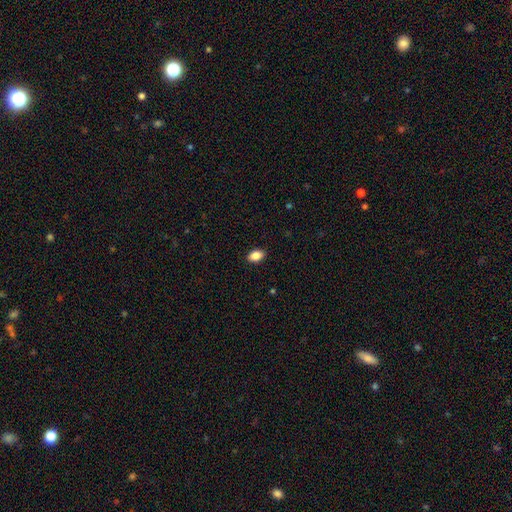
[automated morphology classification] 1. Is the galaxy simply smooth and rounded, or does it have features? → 87% smooth, 8% star or artifact, 4% featured or disk.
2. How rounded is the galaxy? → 88% in between, 11% round, 2% cigar-shaped.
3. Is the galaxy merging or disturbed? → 90% none, 7% minor disturbance, 2% major disturbance, 1% merger.